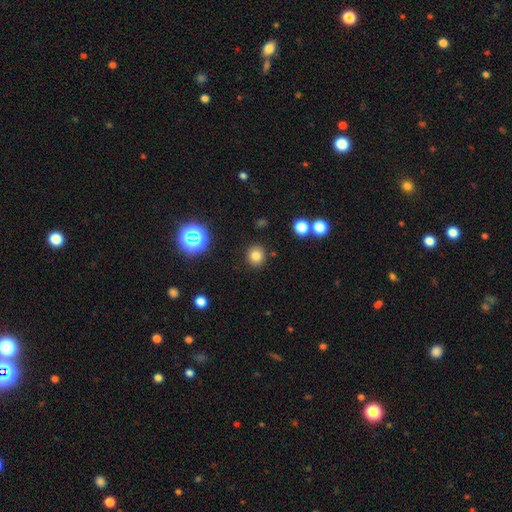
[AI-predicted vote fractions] Q: Smooth or featured?
A: smooth (78%); runner-up: star or artifact (15%)
Q: How rounded?
A: round (87%); runner-up: in between (13%)
Q: Merging?
A: none (88%); runner-up: minor disturbance (7%)